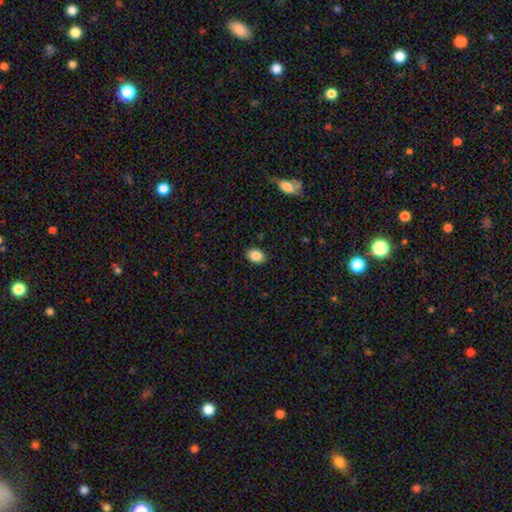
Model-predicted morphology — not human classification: Smooth or featured: smooth — 87% (star or artifact — 8%)
How rounded: in between — 76% (round — 23%)
Merging: none — 89% (minor disturbance — 8%)